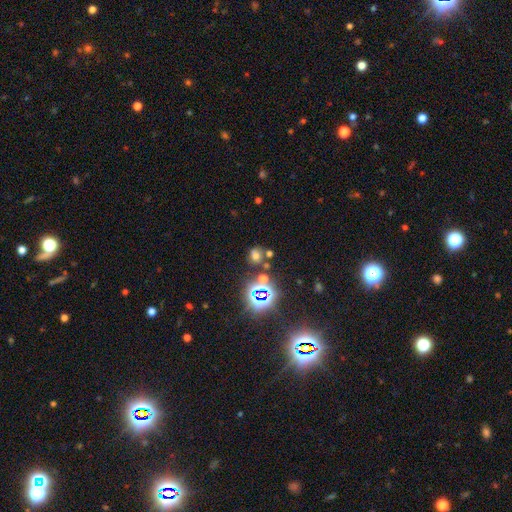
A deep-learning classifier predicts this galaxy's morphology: A smooth galaxy with no disk features (50%) that is round (67%). Merging: none (68%).